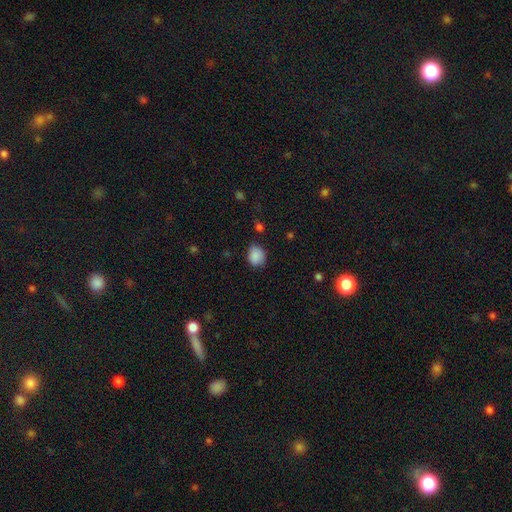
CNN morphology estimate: A smooth galaxy with no disk features (86%) that is round (59%).

Vote fractions:
- Smooth or featured? smooth: 86% / star or artifact: 9% / featured or disk: 5%
- How rounded? round: 59% / in between: 40% / cigar-shaped: 1%
- Merging? none: 68% / minor disturbance: 25% / major disturbance: 5% / merger: 2%